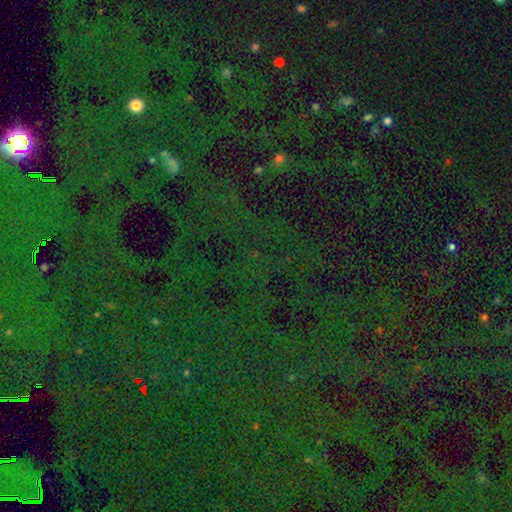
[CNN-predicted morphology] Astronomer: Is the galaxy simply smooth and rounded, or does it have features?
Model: star or artifact — 83%.